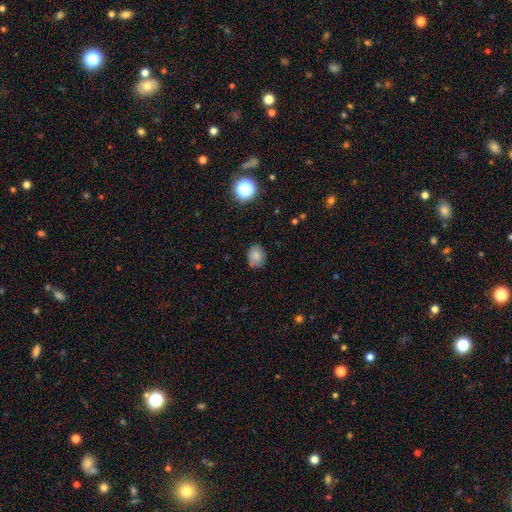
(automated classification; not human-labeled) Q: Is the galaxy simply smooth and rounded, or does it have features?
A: smooth — 80%.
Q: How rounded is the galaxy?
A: round — 59%.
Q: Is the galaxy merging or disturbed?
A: none — 80%.